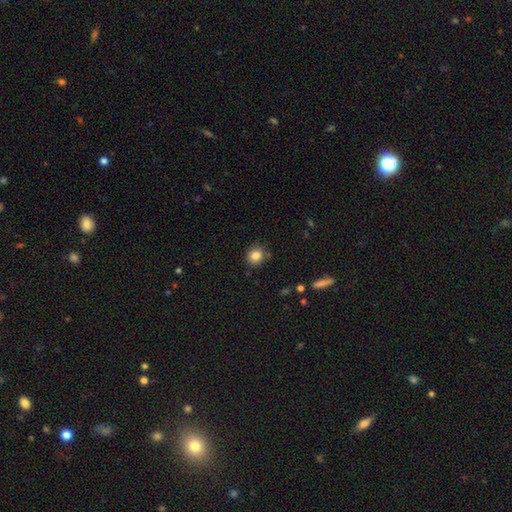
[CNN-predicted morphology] Smooth or featured? smooth (83%)
How rounded? round (86%)
Merging? none (85%)